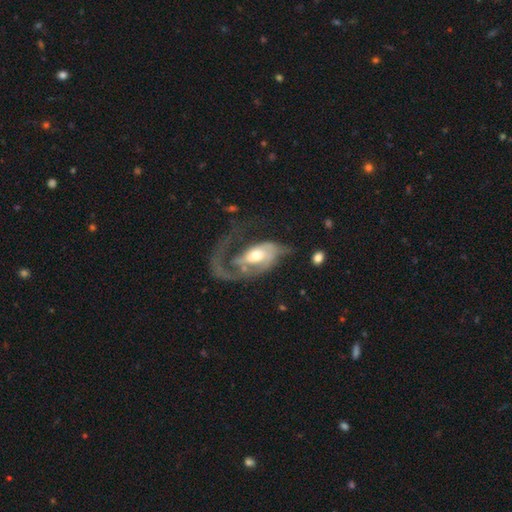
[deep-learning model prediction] featured or disk 79%, smooth 16%, star or artifact 5%. Down the decision tree: edge-on disk — no (96%); bar — no (55%); spiral arms — yes (86%); spiral arm count — 1 (63%); spiral winding — loose (41%); bulge size — moderate (63%); merging — major disturbance (56%).